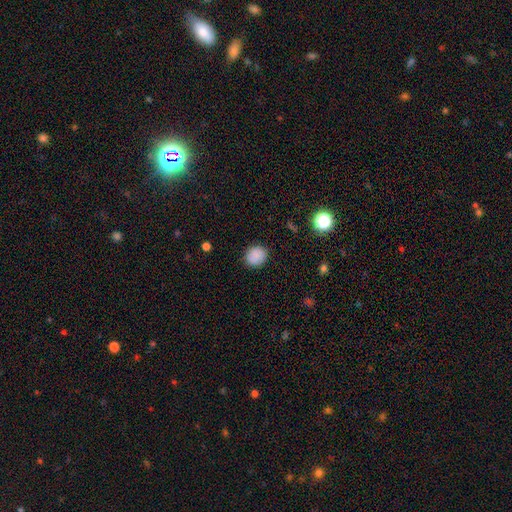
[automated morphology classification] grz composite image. It shows a smooth galaxy with no disk features (86%) that is round (78%). Merging: none (87%).